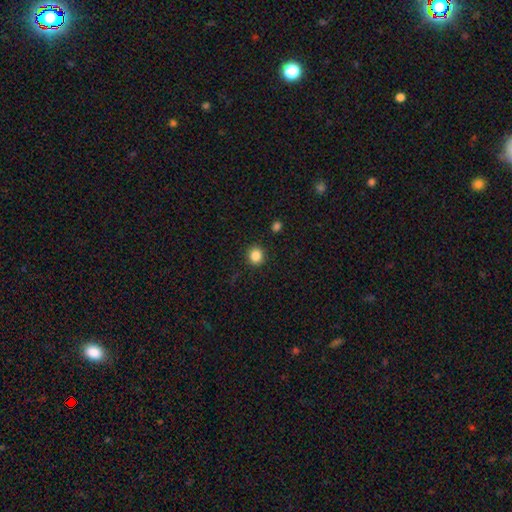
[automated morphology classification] A smooth galaxy with no disk features (85%) that is round (86%).

Vote fractions:
- Smooth or featured? smooth: 85% / star or artifact: 11% / featured or disk: 4%
- How rounded? round: 86% / in between: 13% / cigar-shaped: 1%
- Merging? none: 90% / minor disturbance: 6% / major disturbance: 2% / merger: 2%